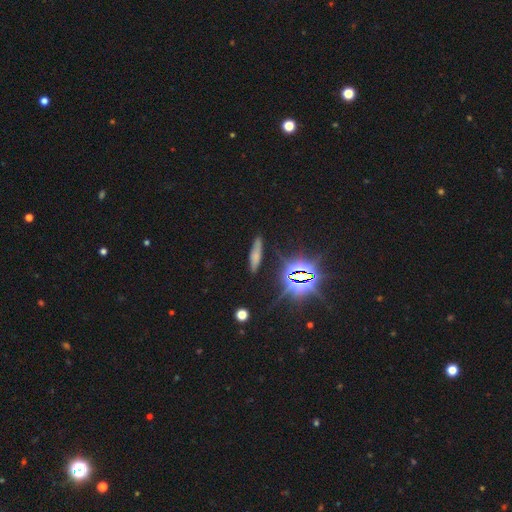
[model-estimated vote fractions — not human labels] Q: Smooth or featured?
A: smooth (53%); runner-up: star or artifact (26%)
Q: How rounded?
A: cigar-shaped (75%); runner-up: in between (22%)
Q: Merging?
A: none (81%); runner-up: minor disturbance (13%)